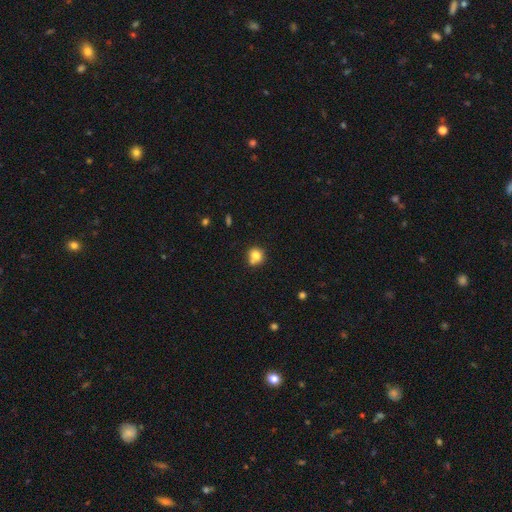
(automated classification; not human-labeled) This is likely a smooth galaxy (78%). How rounded: clearly round (86%). Merging: likely none (60%).